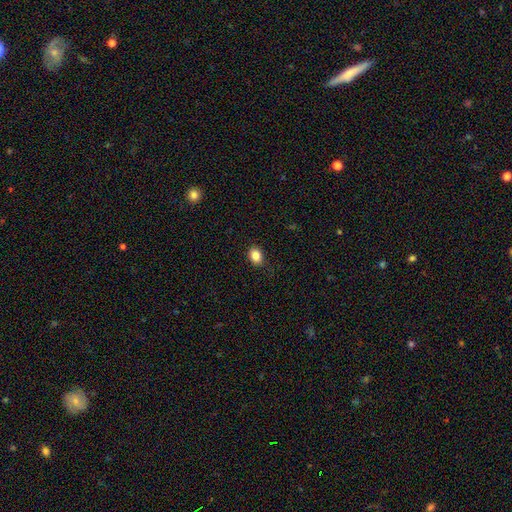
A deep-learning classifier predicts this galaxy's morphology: Smooth or featured? Predicted: smooth (p=0.85). How rounded? Predicted: in between (p=0.62). Merging? Predicted: none (p=0.86).